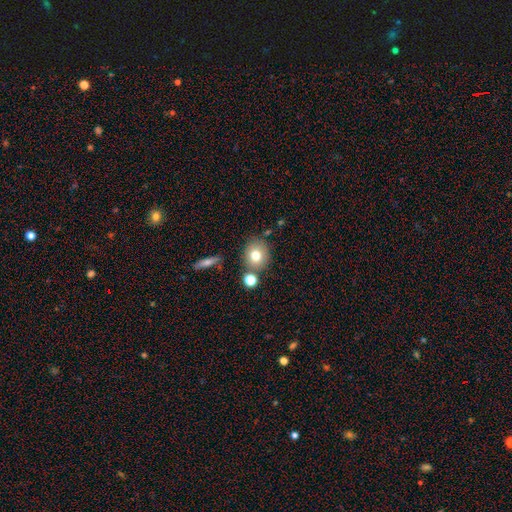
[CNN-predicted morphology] This appears to be a smooth galaxy with no disk features (75%) that is round (72%). Merging: none (73%).